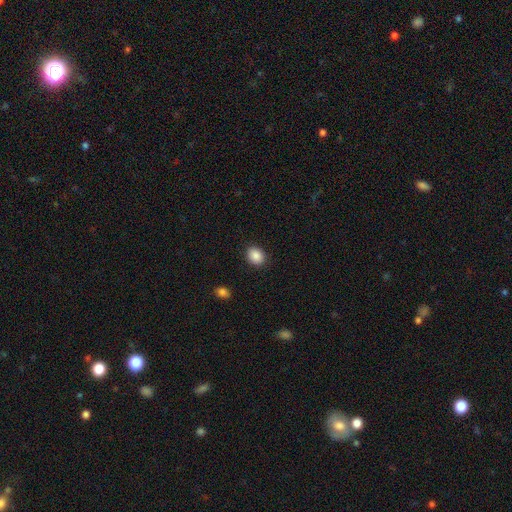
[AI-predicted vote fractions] Morphology: type=smooth (89%); roundness=in between (55%); merging=none (89%).